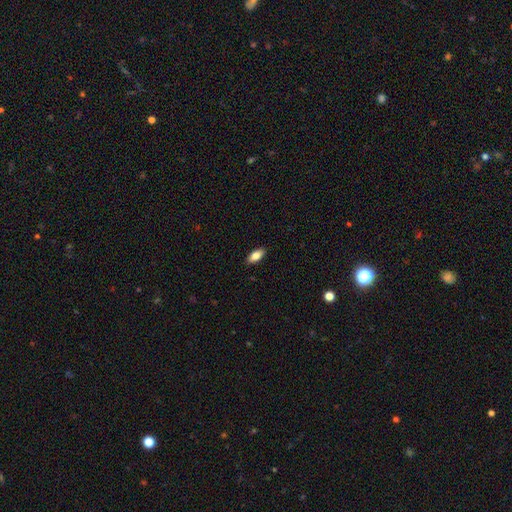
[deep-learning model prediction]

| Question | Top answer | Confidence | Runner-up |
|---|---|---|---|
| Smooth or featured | smooth | 80% | featured or disk (14%) |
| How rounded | in between | 87% | cigar-shaped (10%) |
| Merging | none | 89% | minor disturbance (8%) |